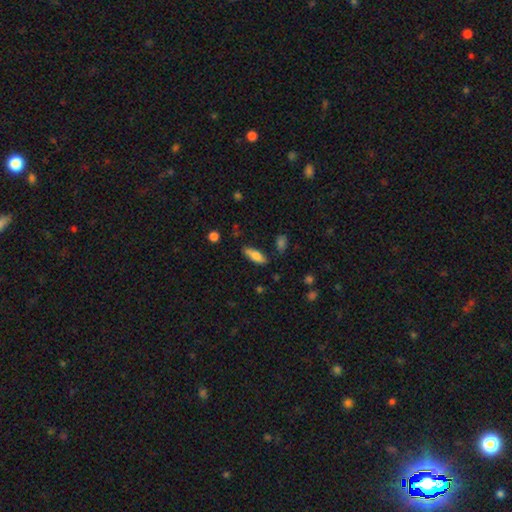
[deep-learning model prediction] Smooth or featured? smooth (73%)
How rounded? in between (67%)
Merging? none (75%)